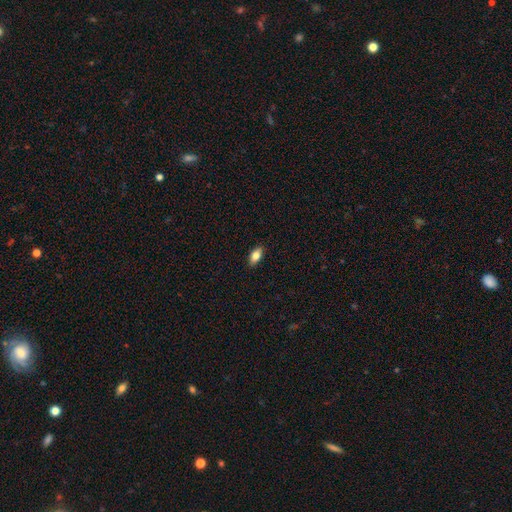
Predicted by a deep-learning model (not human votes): A smooth galaxy with no disk features (79%) that is in between round and cigar-shaped (87%).

Vote fractions:
- Smooth or featured? smooth: 79% / featured or disk: 14% / star or artifact: 7%
- How rounded? in between: 87% / cigar-shaped: 9% / round: 3%
- Merging? none: 89% / minor disturbance: 9% / major disturbance: 2% / merger: 1%